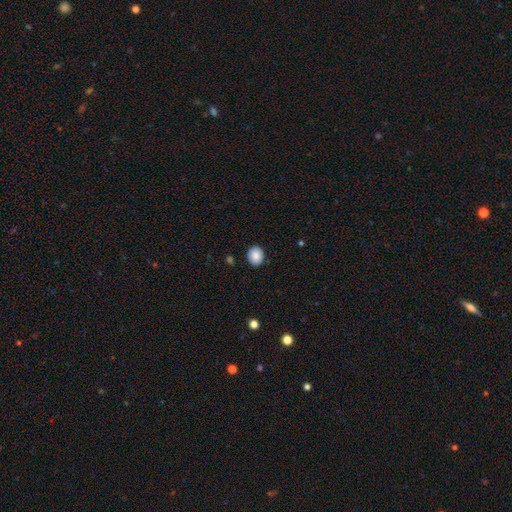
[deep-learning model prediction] smooth_or_featured: smooth (p=0.88) [alt: star or artifact p=0.08]
how_rounded: round (p=0.61) [alt: in between p=0.38]
merging: none (p=0.89) [alt: minor disturbance p=0.08]